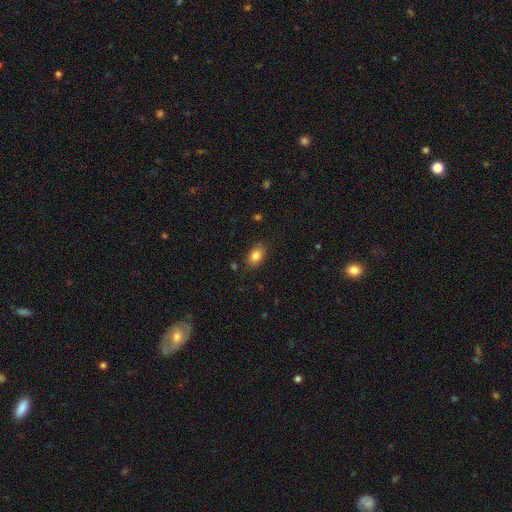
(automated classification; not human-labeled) smooth 84%, star or artifact 9%, featured or disk 7%. Down the decision tree: how rounded — in between (83%); merging — none (83%).